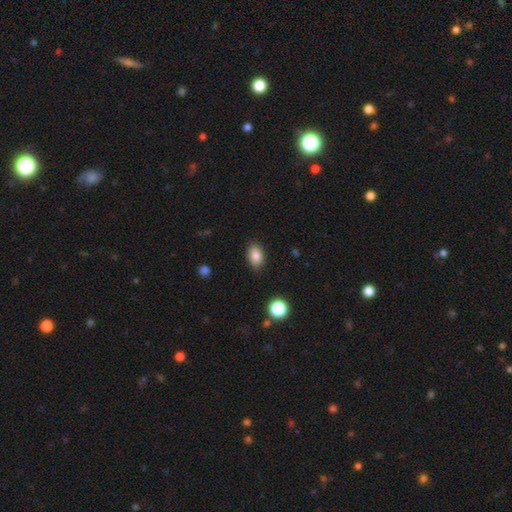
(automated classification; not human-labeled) A smooth galaxy with no disk features (85%) that is in between round and cigar-shaped (86%).

Vote fractions:
- Smooth or featured? smooth: 85% / star or artifact: 9% / featured or disk: 6%
- How rounded? in between: 86% / round: 12% / cigar-shaped: 1%
- Merging? none: 87% / minor disturbance: 10% / major disturbance: 2% / merger: 1%